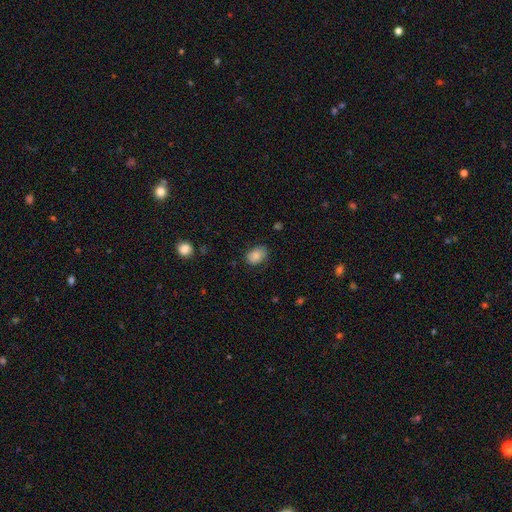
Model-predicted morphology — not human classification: The model was most divided on "merging": none: 65%, minor disturbance: 26%, major disturbance: 7%, merger: 1%. More confident: smooth or featured — smooth (80%); how rounded — in between (70%).